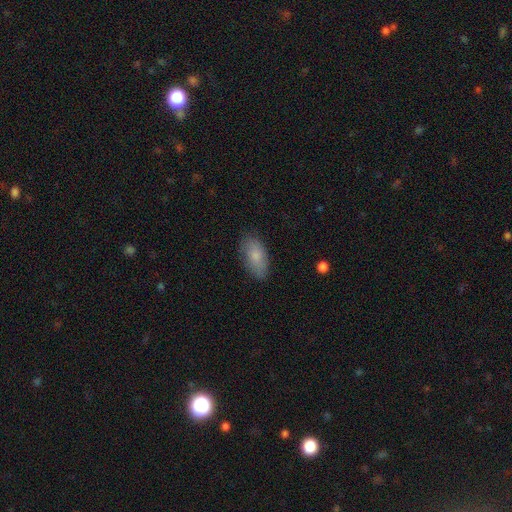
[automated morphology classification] Smooth or featured? Predicted: smooth (p=0.80). How rounded? Predicted: in between (p=0.93). Merging? Predicted: none (p=0.81).